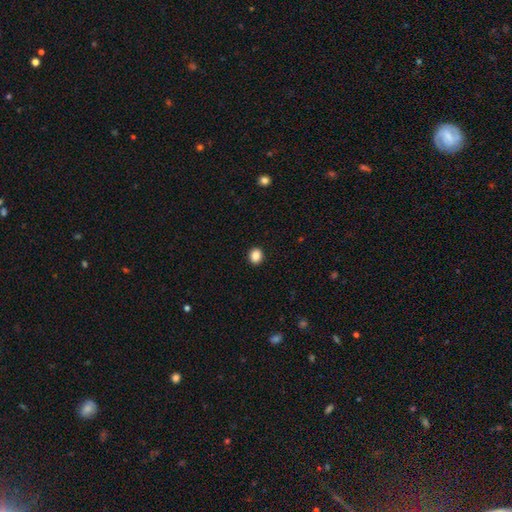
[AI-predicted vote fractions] smooth-or-featured: smooth: 88% | star or artifact: 9% | featured or disk: 3%
  how-rounded: round: 67% | in between: 32% | cigar-shaped: 1%
  merging: none: 92% | minor disturbance: 5% | major disturbance: 2% | merger: 1%